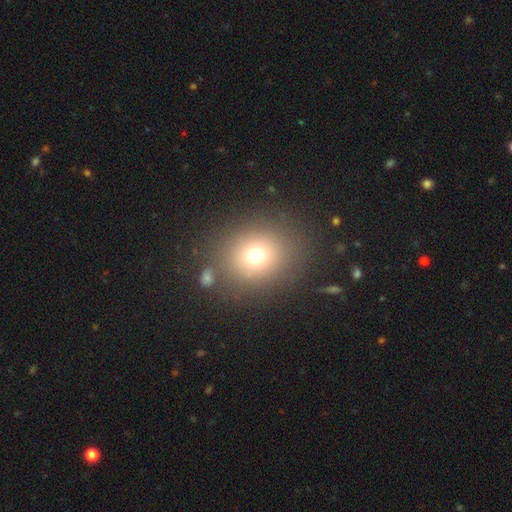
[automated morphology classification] type=smooth (71%); roundness=round (81%); merging=none (80%).